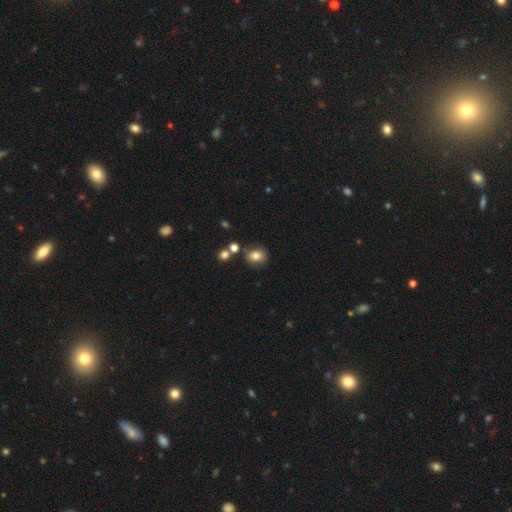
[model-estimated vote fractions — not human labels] smooth-or-featured: smooth: 80% | star or artifact: 12% | featured or disk: 8%
  how-rounded: round: 64% | in between: 35% | cigar-shaped: 1%
  merging: none: 73% | minor disturbance: 14% | merger: 9% | major disturbance: 4%